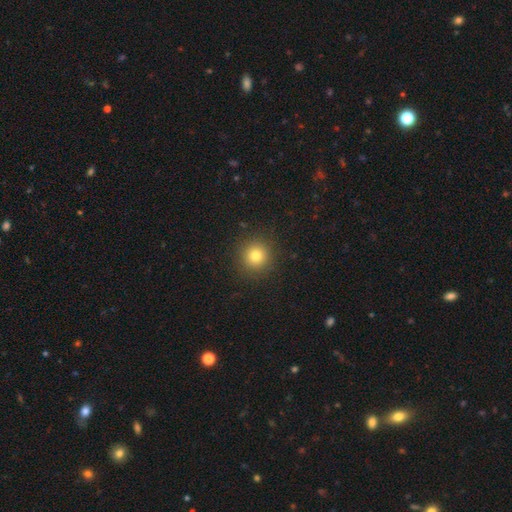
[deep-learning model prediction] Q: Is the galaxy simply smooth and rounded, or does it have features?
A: smooth — 79%.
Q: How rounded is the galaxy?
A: round — 94%.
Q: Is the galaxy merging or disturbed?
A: none — 91%.